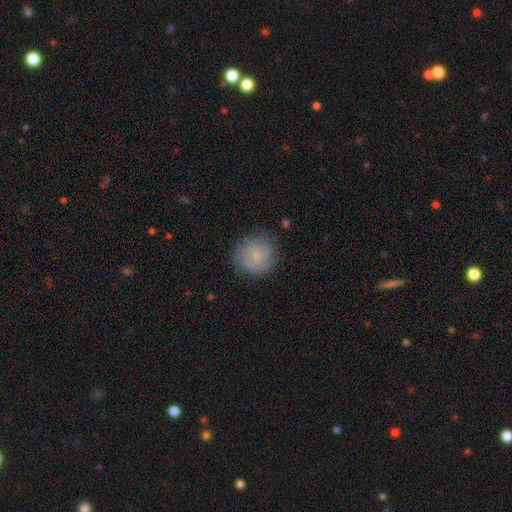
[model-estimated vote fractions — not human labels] smooth_or_featured: smooth (p=0.53) [alt: featured or disk p=0.39]
how_rounded: round (p=0.90) [alt: in between p=0.09]
merging: none (p=0.78) [alt: minor disturbance p=0.16]